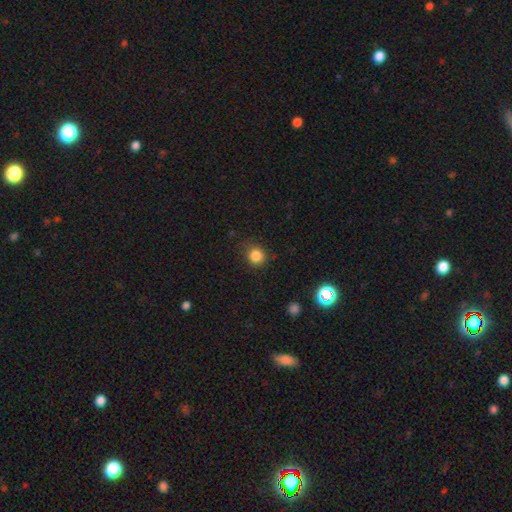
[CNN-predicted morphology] A smooth galaxy with no disk features (84%) that is round (89%). Merging: none (83%).